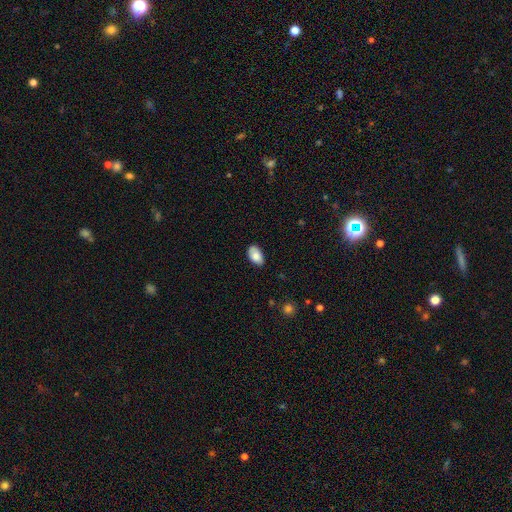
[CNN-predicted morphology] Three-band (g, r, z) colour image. It shows a smooth galaxy with no disk features (83%) that is in between round and cigar-shaped (94%). Merging: none (78%).